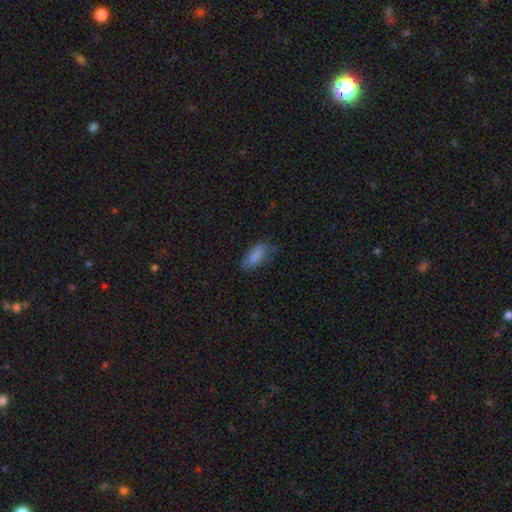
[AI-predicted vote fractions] Smooth or featured?
  - smooth: 83% *
  - featured or disk: 9%
  - star or artifact: 7%
How rounded?
  - in between: 85% *
  - cigar-shaped: 13%
  - round: 2%
Merging?
  - none: 69% *
  - minor disturbance: 23%
  - major disturbance: 6%
  - merger: 2%